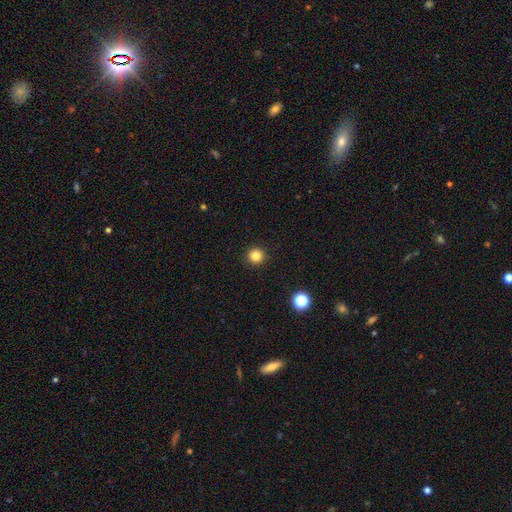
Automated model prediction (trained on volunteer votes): smooth-or-featured: smooth: 83% | star or artifact: 13% | featured or disk: 4%
  how-rounded: round: 96% | in between: 3% | cigar-shaped: 1%
  merging: none: 93% | minor disturbance: 4% | major disturbance: 2% | merger: 1%